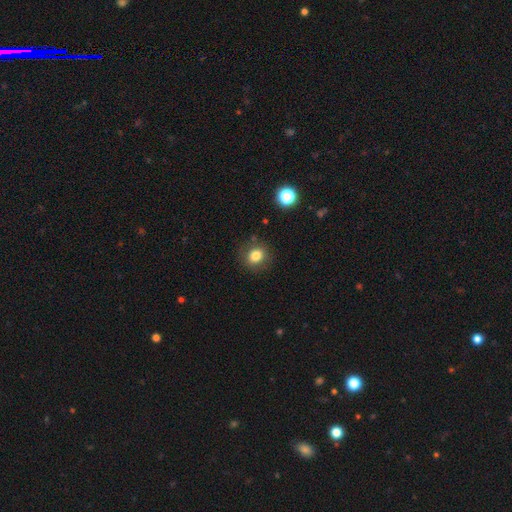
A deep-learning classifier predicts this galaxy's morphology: Smooth or featured: smooth — 81% (star or artifact — 11%)
How rounded: round — 77% (in between — 22%)
Merging: none — 84% (minor disturbance — 11%)